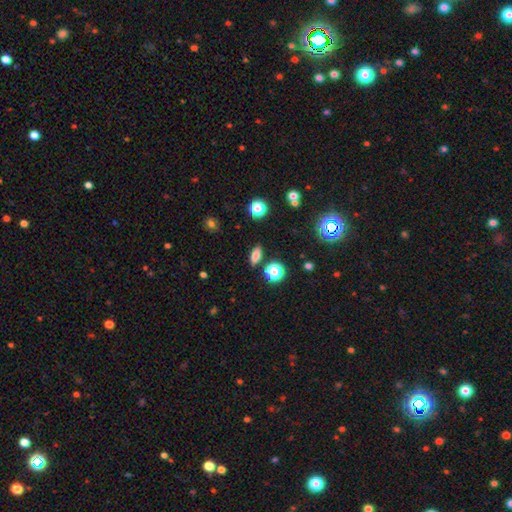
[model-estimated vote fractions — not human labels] Q: Smooth or featured?
A: smooth (73%); runner-up: star or artifact (16%)
Q: How rounded?
A: in between (70%); runner-up: cigar-shaped (16%)
Q: Merging?
A: none (85%); runner-up: minor disturbance (9%)